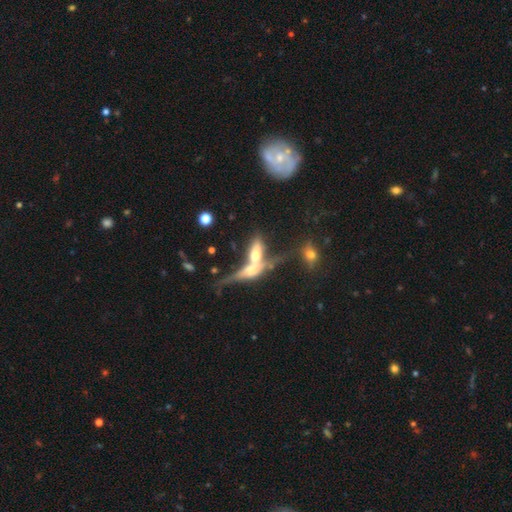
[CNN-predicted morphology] Q: Smooth or featured?
A: featured or disk (50%); runner-up: smooth (40%)
Q: Edge-on disk?
A: yes (64%); runner-up: no (36%)
Q: Merging?
A: merger (67%); runner-up: none (17%)